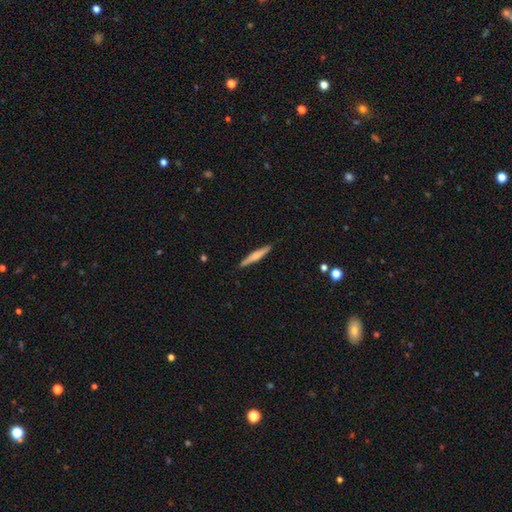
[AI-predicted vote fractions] Smooth or featured? smooth (57%)
How rounded? cigar-shaped (93%)
Merging? none (89%)